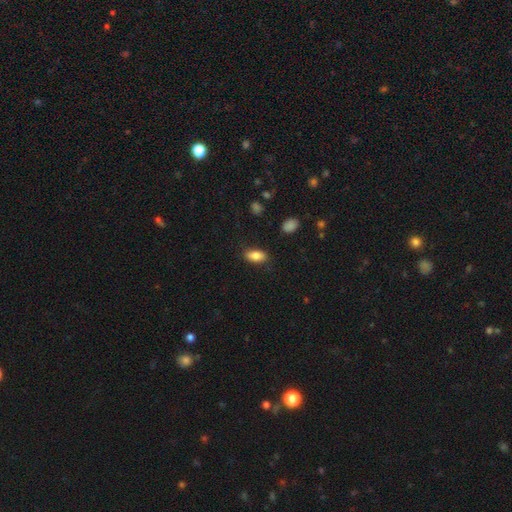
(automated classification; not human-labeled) Morphology: type=smooth (84%); roundness=in between (89%); merging=none (85%).